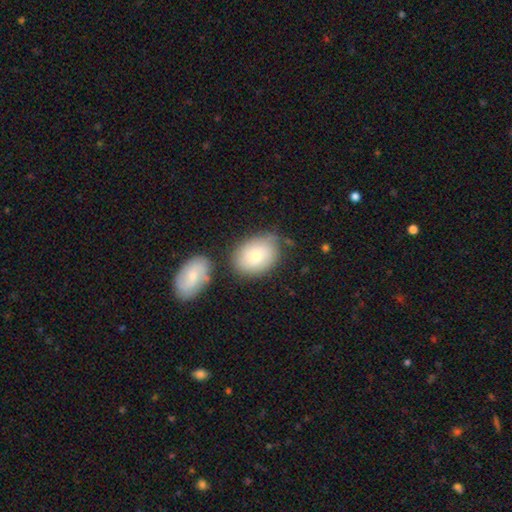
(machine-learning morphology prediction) type=smooth (77%); roundness=in between (72%); merging=none (64%).